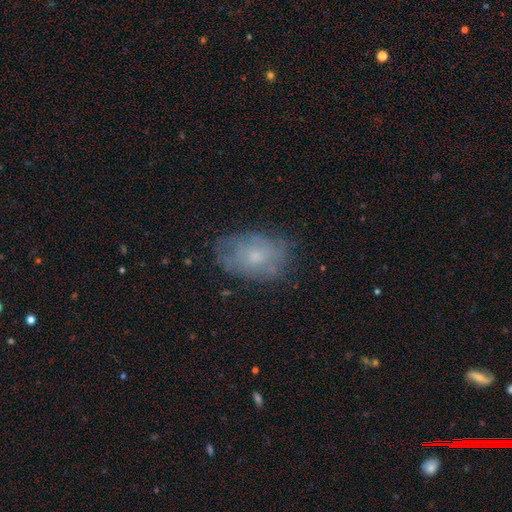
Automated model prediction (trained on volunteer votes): Q: Smooth or featured?
A: smooth (52%); runner-up: featured or disk (38%)
Q: How rounded?
A: in between (86%); runner-up: round (13%)
Q: Merging?
A: none (69%); runner-up: minor disturbance (22%)